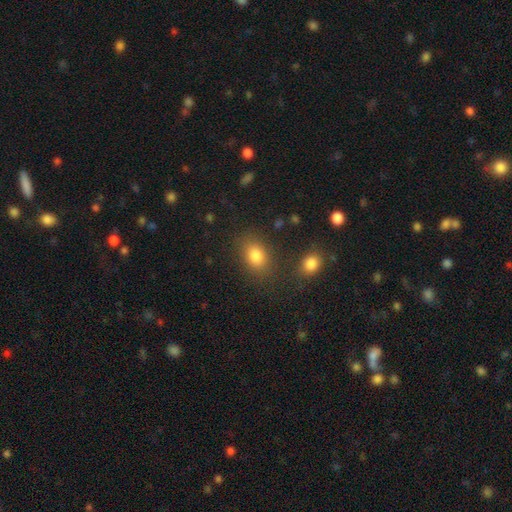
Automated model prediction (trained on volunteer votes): smooth-or-featured: smooth: 81% | star or artifact: 11% | featured or disk: 7%
  how-rounded: in between: 74% | round: 25% | cigar-shaped: 1%
  merging: none: 79% | minor disturbance: 12% | merger: 5% | major disturbance: 4%